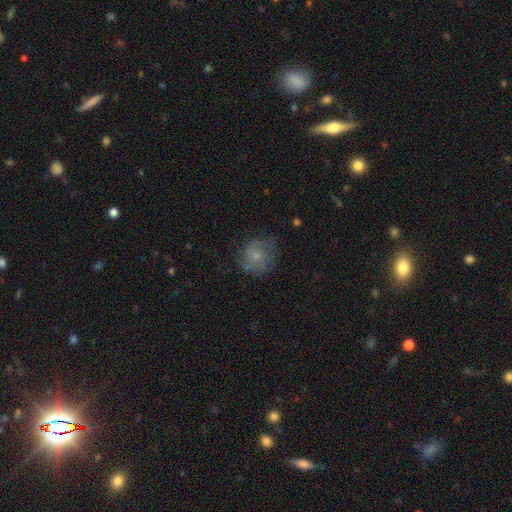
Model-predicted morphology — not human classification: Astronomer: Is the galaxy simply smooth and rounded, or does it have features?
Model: smooth — 48% (runner-up: featured or disk, 42%).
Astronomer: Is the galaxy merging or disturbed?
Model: none — 65%.